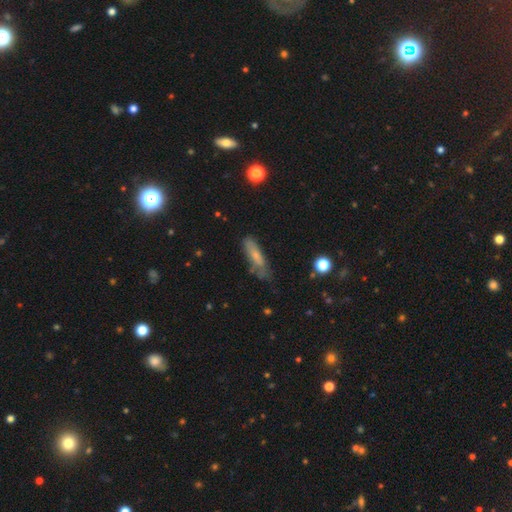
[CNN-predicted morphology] smooth 59%, featured or disk 33%, star or artifact 8%. Down the decision tree: how rounded — cigar-shaped (60%); merging — none (54%).